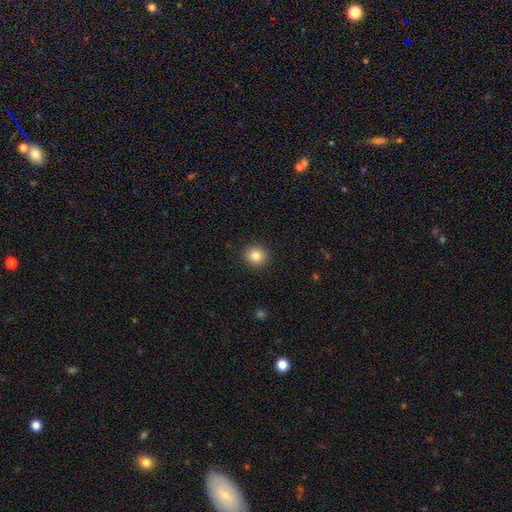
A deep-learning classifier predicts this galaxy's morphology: Q: Smooth or featured?
A: smooth (85%); runner-up: star or artifact (10%)
Q: How rounded?
A: round (91%); runner-up: in between (8%)
Q: Merging?
A: none (92%); runner-up: minor disturbance (5%)